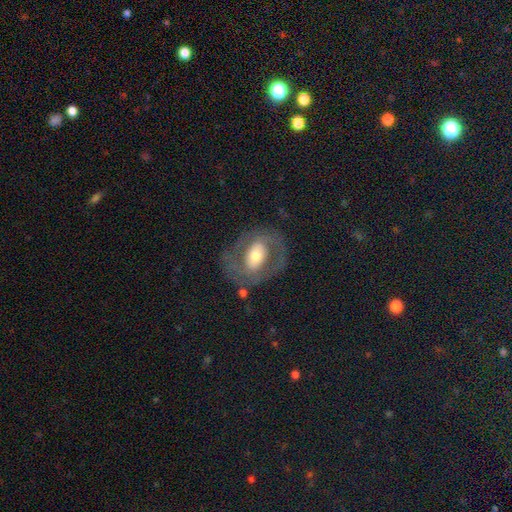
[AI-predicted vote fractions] featured or disk 66%, smooth 28%, star or artifact 6%. Down the decision tree: edge-on disk — no (95%); bar — no (49%); spiral arms — yes (58%); bulge size — moderate (61%); merging — none (70%).